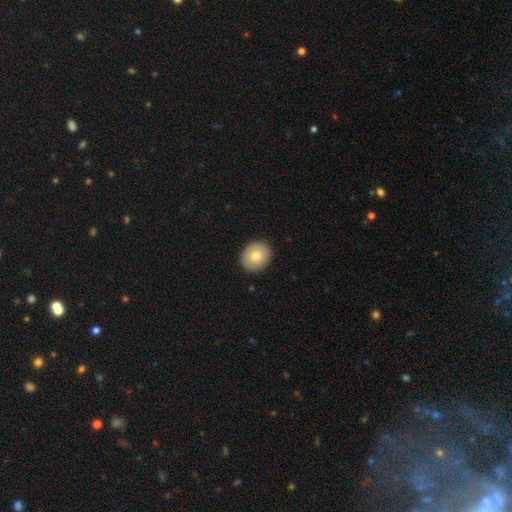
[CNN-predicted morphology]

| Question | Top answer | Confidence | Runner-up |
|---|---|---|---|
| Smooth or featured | smooth | 74% | featured or disk (18%) |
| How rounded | round | 75% | in between (25%) |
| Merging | none | 91% | minor disturbance (6%) |